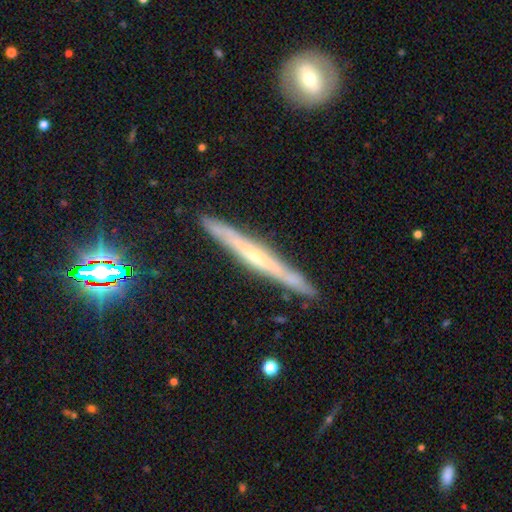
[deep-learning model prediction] Smooth or featured? featured or disk (71%)
Edge-on disk? yes (95%)
Edge-on bulge? rounded (49%)
Merging? none (88%)